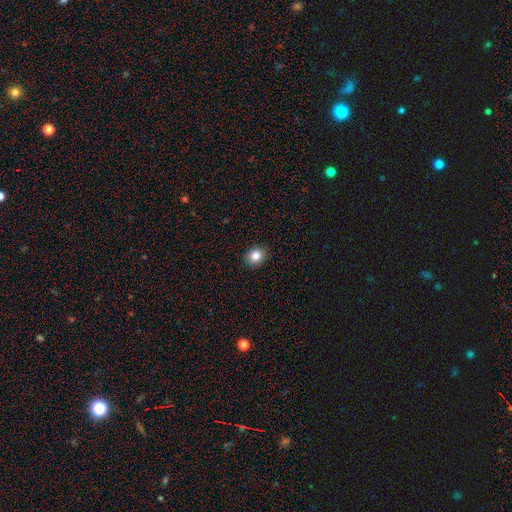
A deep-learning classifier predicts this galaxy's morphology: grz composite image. It shows a smooth galaxy with no disk features (85%) that is round (65%). Merging: none (89%).